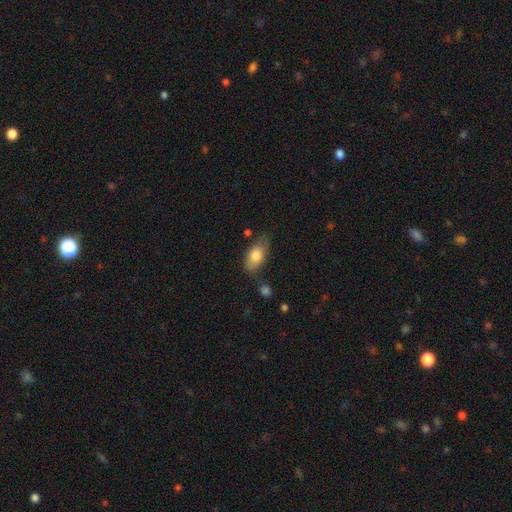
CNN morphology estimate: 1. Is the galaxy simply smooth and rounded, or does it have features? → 76% smooth, 17% featured or disk, 7% star or artifact.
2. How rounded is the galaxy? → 88% in between, 6% cigar-shaped, 6% round.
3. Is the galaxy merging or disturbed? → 58% none, 27% minor disturbance, 8% major disturbance, 7% merger.